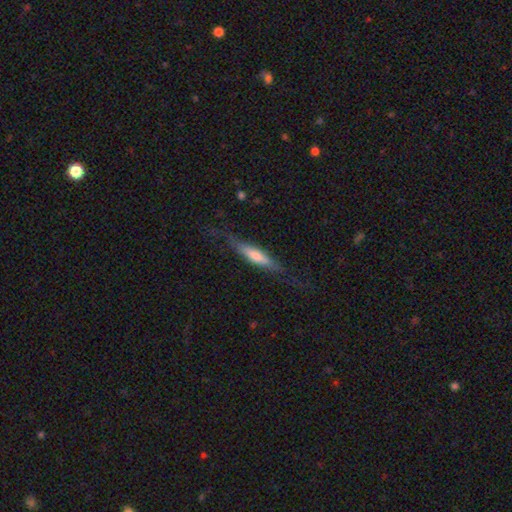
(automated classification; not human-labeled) smooth-or-featured: featured or disk: 48% | smooth: 46% | star or artifact: 6%
  merging: none: 74% | minor disturbance: 17% | major disturbance: 7% | merger: 1%